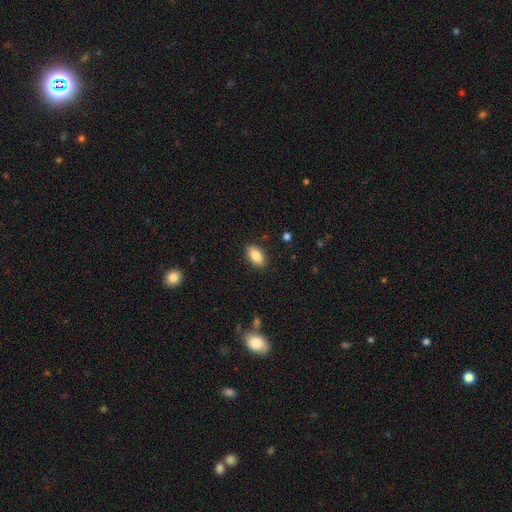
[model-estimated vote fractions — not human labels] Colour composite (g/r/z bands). It shows a smooth galaxy with no disk features (85%) that is in between round and cigar-shaped (92%). Merging: none (89%).